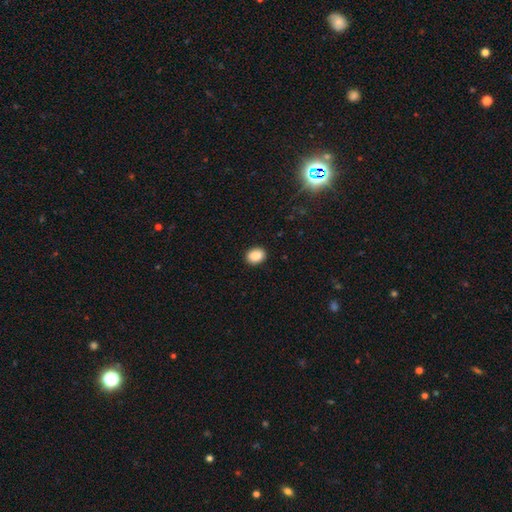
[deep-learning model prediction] This appears to be a smooth galaxy with no disk features (89%) that is in between round and cigar-shaped (51%). Merging: none (91%).